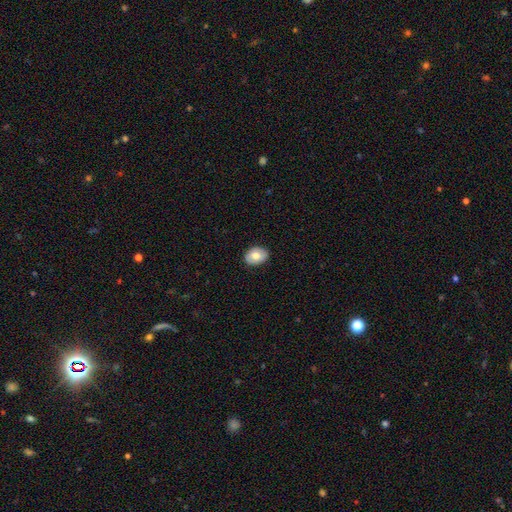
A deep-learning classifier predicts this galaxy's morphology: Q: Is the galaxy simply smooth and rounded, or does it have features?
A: smooth — 71%.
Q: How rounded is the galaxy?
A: in between — 73%.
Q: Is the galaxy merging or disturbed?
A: none — 87%.